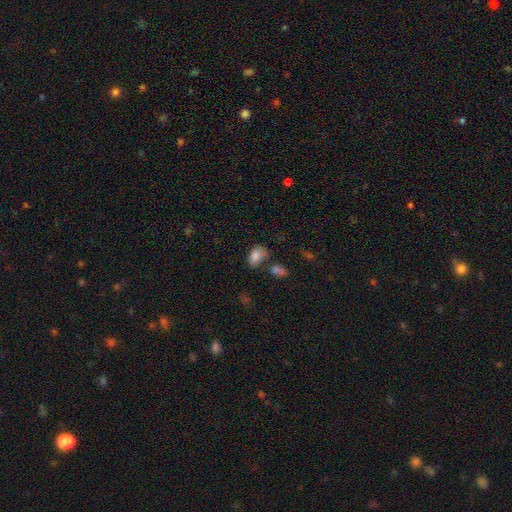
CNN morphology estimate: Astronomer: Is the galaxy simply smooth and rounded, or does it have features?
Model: smooth — 81%.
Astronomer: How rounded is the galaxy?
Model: in between — 88%.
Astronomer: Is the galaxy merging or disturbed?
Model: none — 45% (runner-up: minor disturbance, 24%).